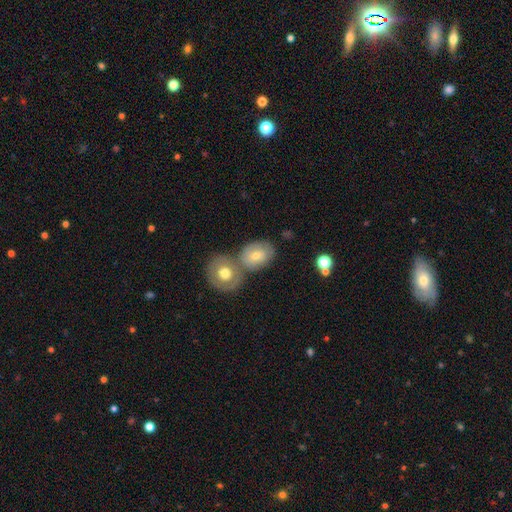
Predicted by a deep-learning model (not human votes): smooth-or-featured: smooth: 58% | featured or disk: 33% | star or artifact: 9%
  how-rounded: in between: 53% | round: 46% | cigar-shaped: 1%
  merging: none: 45% | merger: 38% | minor disturbance: 12% | major disturbance: 4%